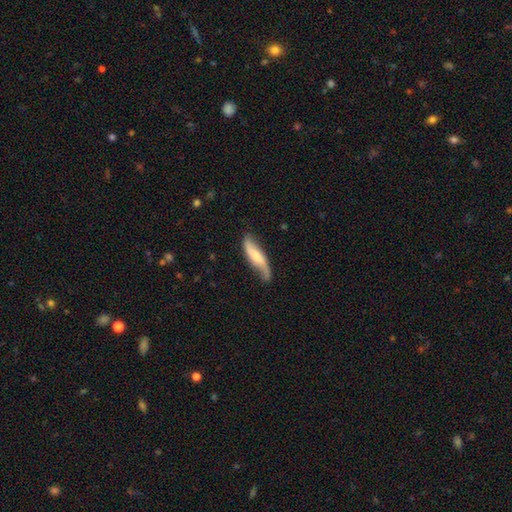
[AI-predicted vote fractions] Q: Smooth or featured?
A: featured or disk (61%); runner-up: smooth (33%)
Q: Edge-on disk?
A: no (75%); runner-up: yes (25%)
Q: Merging?
A: none (64%); runner-up: minor disturbance (26%)